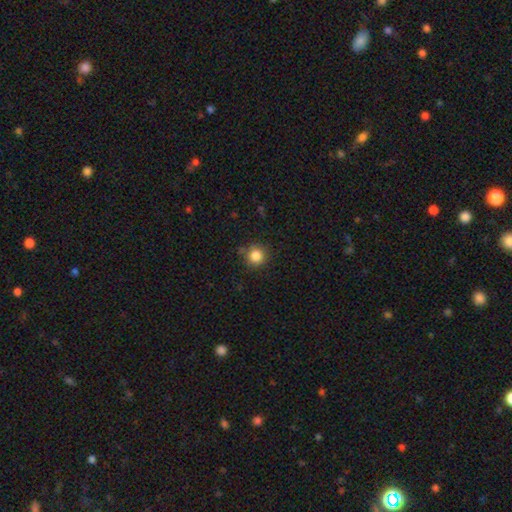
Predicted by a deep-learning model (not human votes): This is clearly a smooth galaxy (85%). How rounded: clearly round (93%). Merging: clearly none (83%).